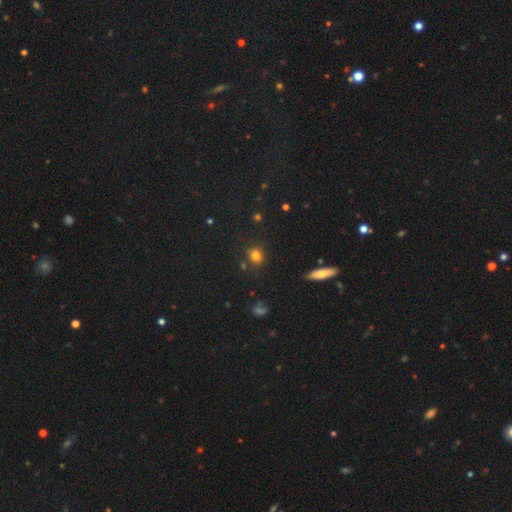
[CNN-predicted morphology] A smooth galaxy with no disk features (78%) that is round (78%).

Vote fractions:
- Smooth or featured? smooth: 78% / star or artifact: 15% / featured or disk: 7%
- How rounded? round: 78% / in between: 20% / cigar-shaped: 2%
- Merging? none: 80% / minor disturbance: 11% / merger: 5% / major disturbance: 3%